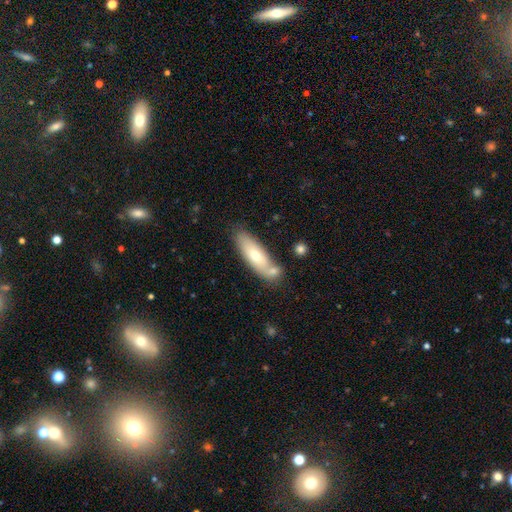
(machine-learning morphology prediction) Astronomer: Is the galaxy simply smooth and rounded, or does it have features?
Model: smooth — 63%.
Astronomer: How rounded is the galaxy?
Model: in between — 56% (runner-up: cigar-shaped, 42%).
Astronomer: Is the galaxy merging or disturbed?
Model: none — 60%.